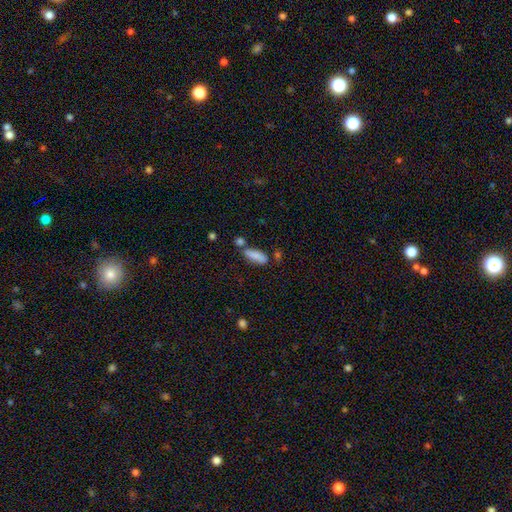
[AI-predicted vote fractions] Smooth or featured? Predicted: smooth (p=0.83). How rounded? Predicted: in between (p=0.59). Merging? Predicted: none (p=0.57).